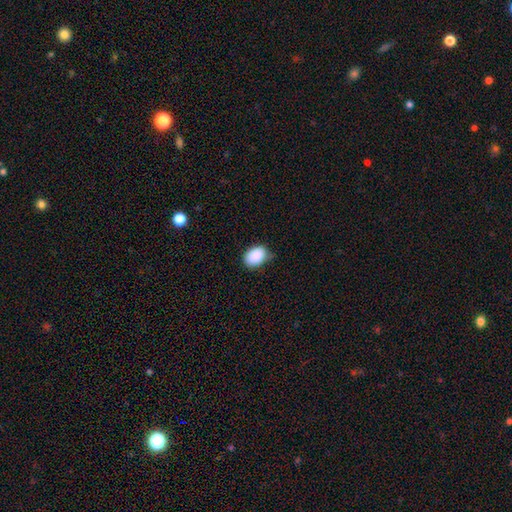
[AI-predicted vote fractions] A smooth galaxy with no disk features (89%) that is in between round and cigar-shaped (78%). Merging: none (68%).